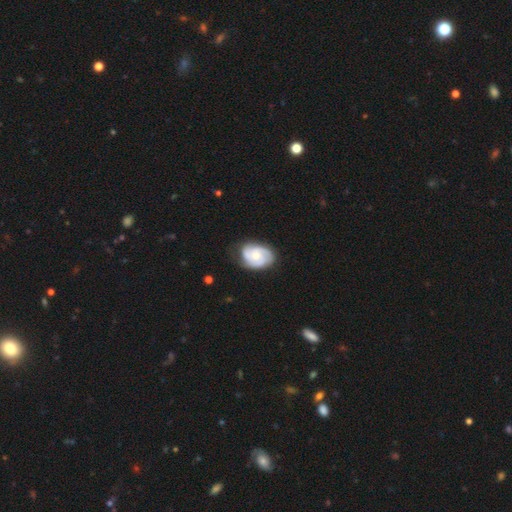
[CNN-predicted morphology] Smooth or featured? featured or disk (76%)
Edge-on disk? no (98%)
Bar? no (75%)
Spiral arms? yes (95%)
Spiral winding? tight (57%)
Spiral arm count? 3 (49%)
Bulge size? moderate (55%)
Merging? none (71%)